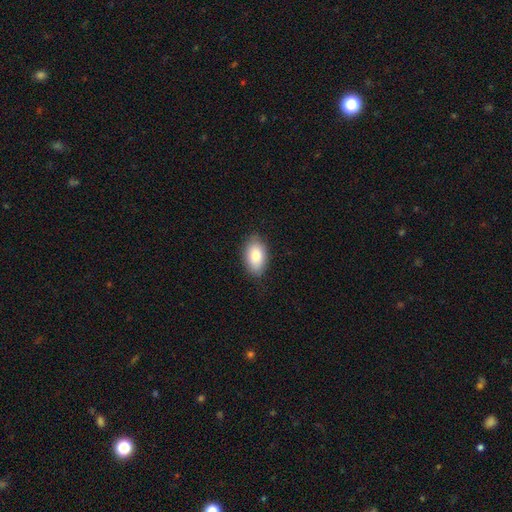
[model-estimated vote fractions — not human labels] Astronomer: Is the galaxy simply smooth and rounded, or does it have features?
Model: smooth — 83%.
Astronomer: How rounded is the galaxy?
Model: in between — 92%.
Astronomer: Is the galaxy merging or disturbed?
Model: none — 82%.